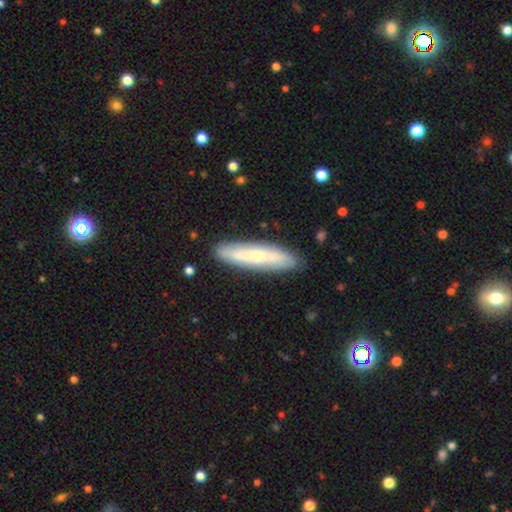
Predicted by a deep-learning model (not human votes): The model was most divided on "smooth or featured": smooth: 56%, featured or disk: 38%, star or artifact: 6%. More confident: merging — none (85%); how rounded — cigar-shaped (82%).